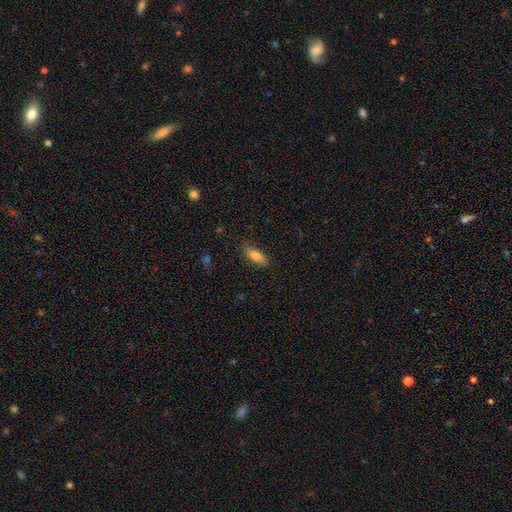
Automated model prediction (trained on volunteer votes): Q: Smooth or featured?
A: smooth (81%); runner-up: featured or disk (11%)
Q: How rounded?
A: in between (58%); runner-up: cigar-shaped (40%)
Q: Merging?
A: none (77%); runner-up: minor disturbance (18%)